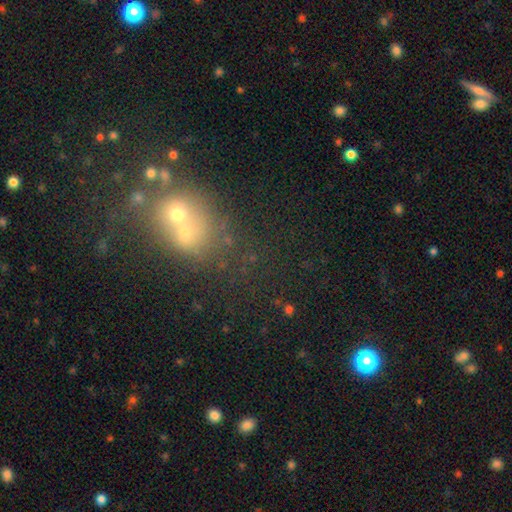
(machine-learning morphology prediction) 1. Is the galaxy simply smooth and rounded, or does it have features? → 41% smooth, 34% star or artifact, 24% featured or disk.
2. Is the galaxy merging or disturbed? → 44% merger, 35% none, 11% minor disturbance, 10% major disturbance.